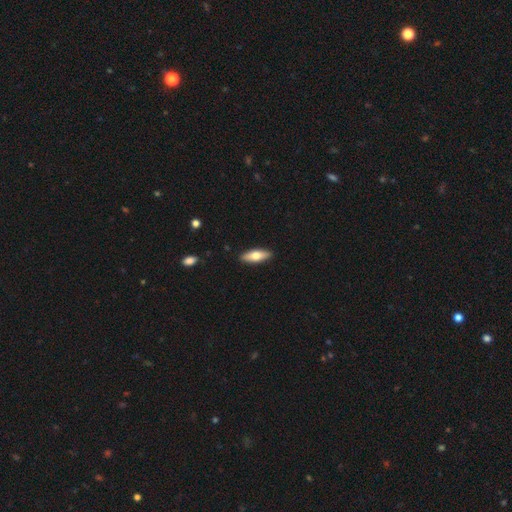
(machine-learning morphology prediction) Smooth or featured: smooth — 64% (featured or disk — 30%)
How rounded: in between — 59% (cigar-shaped — 39%)
Merging: none — 90% (minor disturbance — 7%)